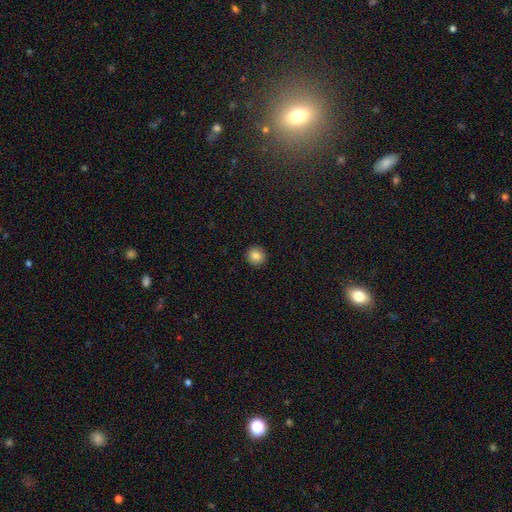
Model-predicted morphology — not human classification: Smooth or featured? Predicted: smooth (p=0.84). How rounded? Predicted: round (p=0.92). Merging? Predicted: none (p=0.92).